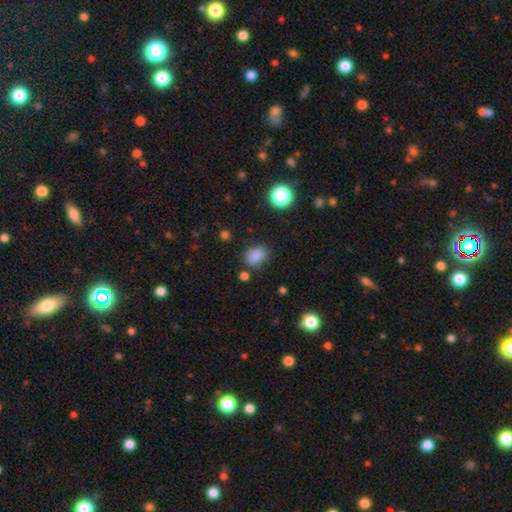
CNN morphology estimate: Smooth or featured? Predicted: smooth (p=0.83). How rounded? Predicted: in between (p=0.73). Merging? Predicted: none (p=0.75).